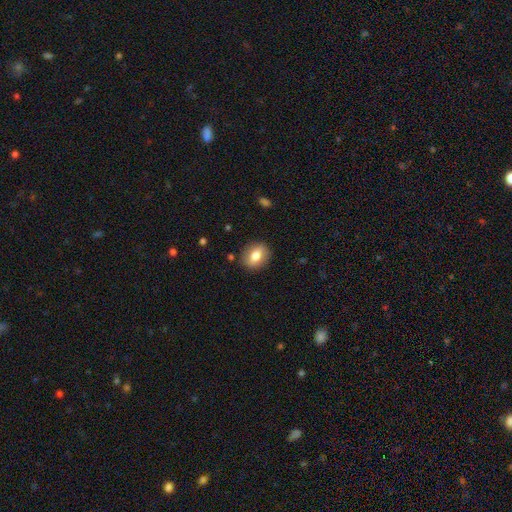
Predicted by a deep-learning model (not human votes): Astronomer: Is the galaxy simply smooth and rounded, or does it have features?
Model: smooth — 73%.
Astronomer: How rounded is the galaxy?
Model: in between — 52% (runner-up: round, 46%).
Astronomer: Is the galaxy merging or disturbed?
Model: none — 87%.